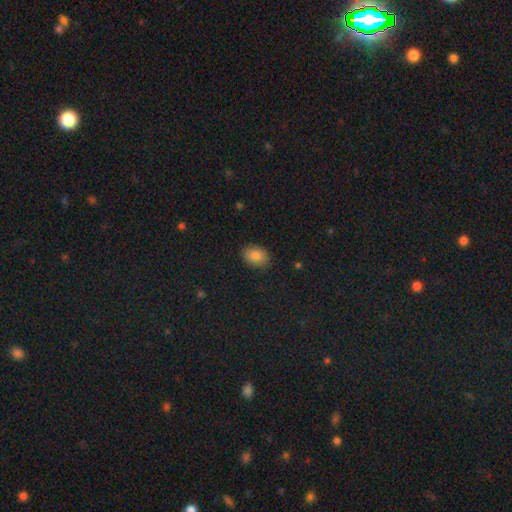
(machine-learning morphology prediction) Smooth or featured: smooth — 82% (star or artifact — 10%)
How rounded: in between — 73% (round — 26%)
Merging: none — 86% (minor disturbance — 10%)